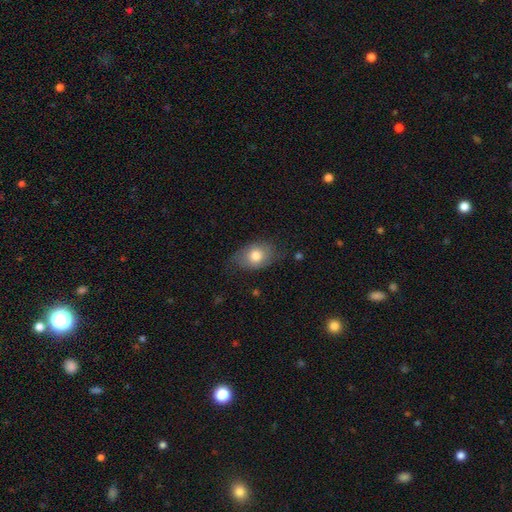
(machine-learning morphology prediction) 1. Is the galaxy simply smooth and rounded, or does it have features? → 74% smooth, 19% featured or disk, 7% star or artifact.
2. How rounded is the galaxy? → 78% in between, 21% round, 1% cigar-shaped.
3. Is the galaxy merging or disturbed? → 65% none, 26% minor disturbance, 8% major disturbance, 1% merger.